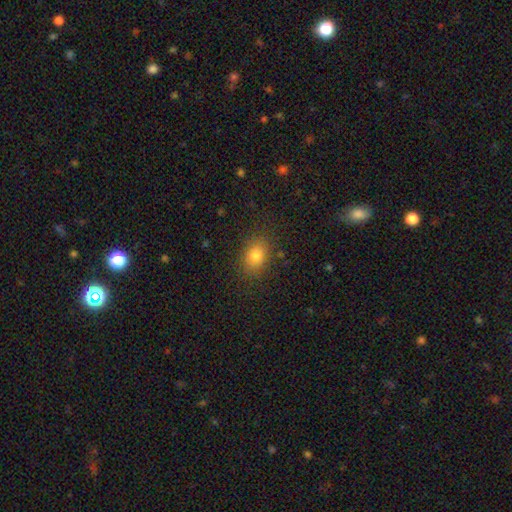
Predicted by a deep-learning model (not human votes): A smooth galaxy with no disk features (80%) that is in between round and cigar-shaped (64%). Merging: none (85%).